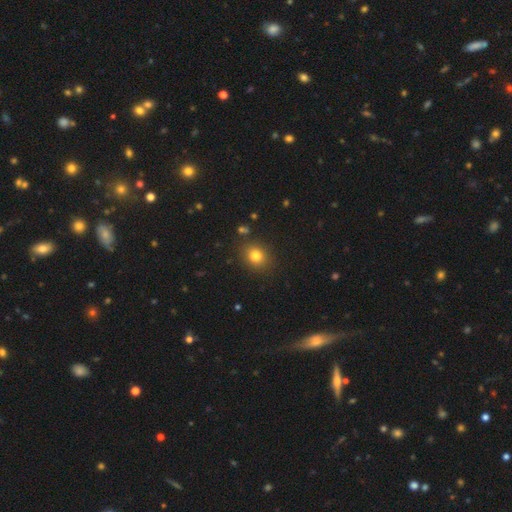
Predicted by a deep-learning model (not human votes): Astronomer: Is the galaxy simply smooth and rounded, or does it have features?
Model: smooth — 80%.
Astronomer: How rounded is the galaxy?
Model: round — 69%.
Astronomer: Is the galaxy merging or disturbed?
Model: none — 87%.